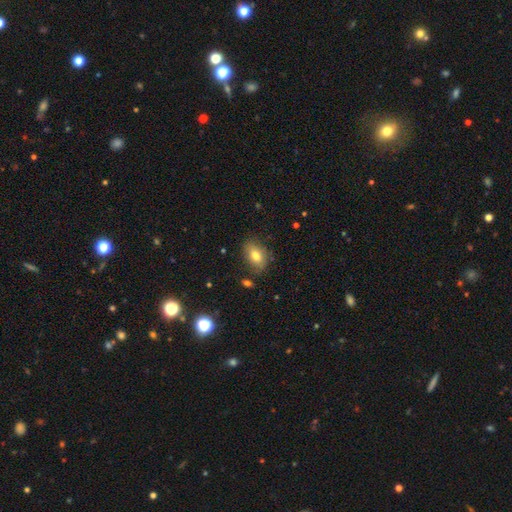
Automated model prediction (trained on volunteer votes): Smooth or featured: smooth — 78% (featured or disk — 12%)
How rounded: in between — 84% (round — 14%)
Merging: none — 78% (minor disturbance — 15%)